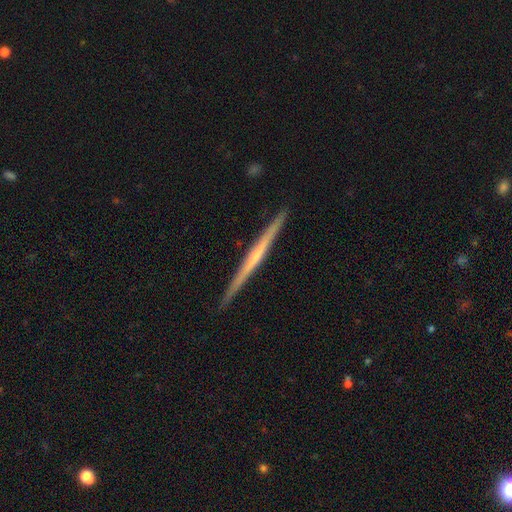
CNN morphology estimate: This is likely a featured or disk galaxy (68%). It is clearly viewed edge-on (98%). Edge-on bulge: likely none (66%). Merging: clearly none (92%).